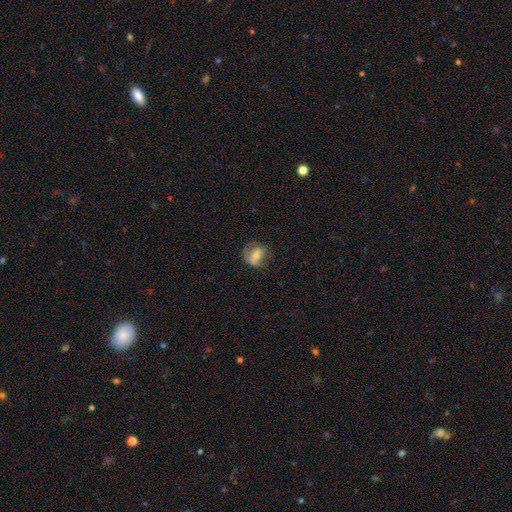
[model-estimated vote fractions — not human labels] Smooth or featured? smooth (58%)
How rounded? in between (50%)
Merging? none (55%)